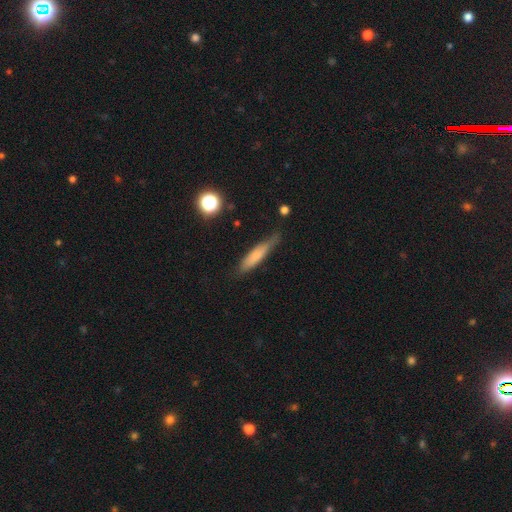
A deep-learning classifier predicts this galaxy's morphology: A smooth galaxy with no disk features (72%) that is cigar-shaped (83%). Merging: none (68%).